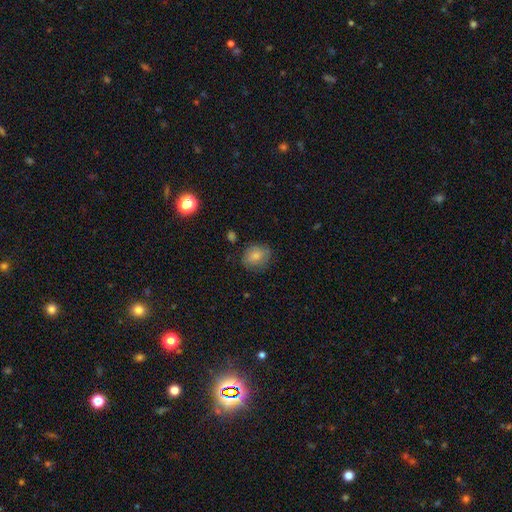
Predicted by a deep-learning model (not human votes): Smooth or featured? Predicted: smooth (p=0.77). How rounded? Predicted: round (p=0.64). Merging? Predicted: none (p=0.75).